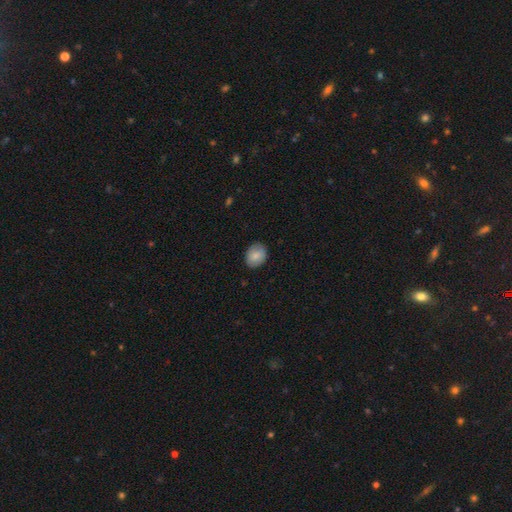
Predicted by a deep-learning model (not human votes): Overall: smooth (83%). How rounded: in between (55%; round 44%). Merging: none (85%).